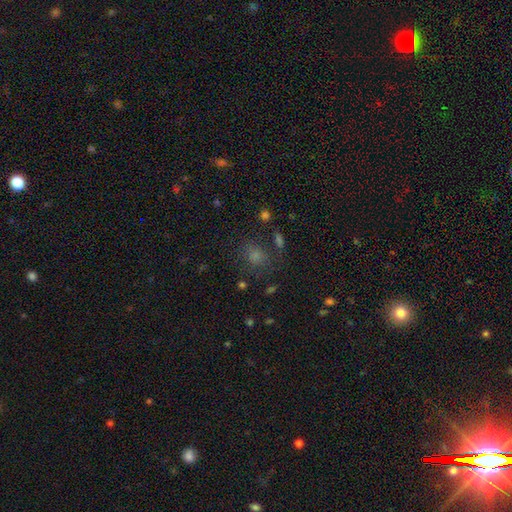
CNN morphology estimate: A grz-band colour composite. It shows a smooth galaxy with no disk features (67%) that is round (58%). Merging: none (68%).